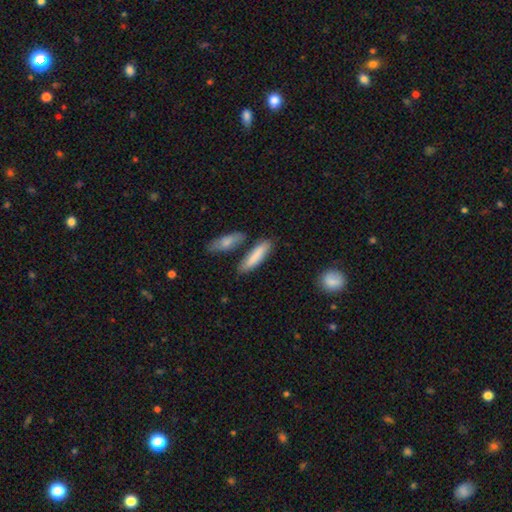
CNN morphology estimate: type=smooth (83%); roundness=cigar-shaped (66%); merging=none (72%).